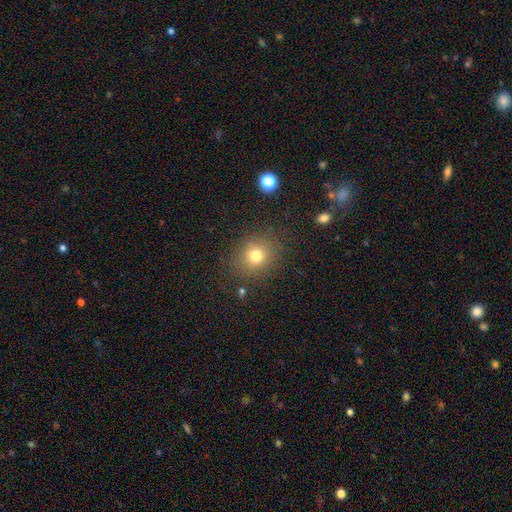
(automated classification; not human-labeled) Smooth or featured?
  - smooth: 75% *
  - star or artifact: 15%
  - featured or disk: 10%
How rounded?
  - round: 73% *
  - in between: 26%
  - cigar-shaped: 1%
Merging?
  - none: 83% *
  - minor disturbance: 11%
  - major disturbance: 4%
  - merger: 2%